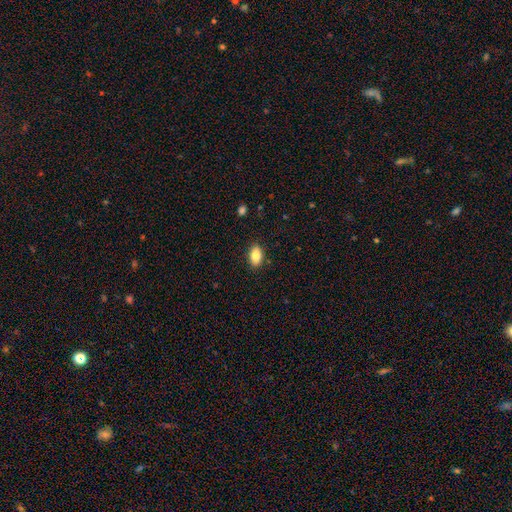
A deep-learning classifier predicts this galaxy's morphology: smooth 85%, featured or disk 8%, star or artifact 8%. Down the decision tree: how rounded — in between (91%); merging — none (88%).